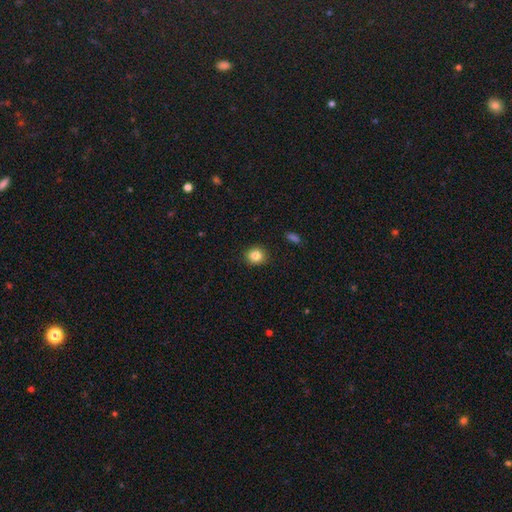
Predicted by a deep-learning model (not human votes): Smooth or featured? smooth (84%)
How rounded? round (85%)
Merging? none (91%)